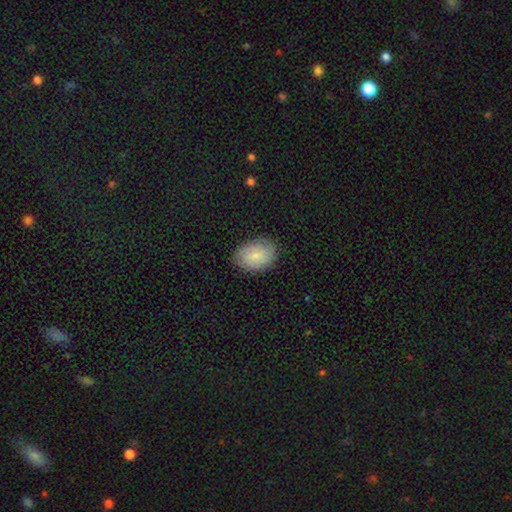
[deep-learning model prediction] Overall: smooth (78%). How rounded: in between (82%). Merging: none (83%).